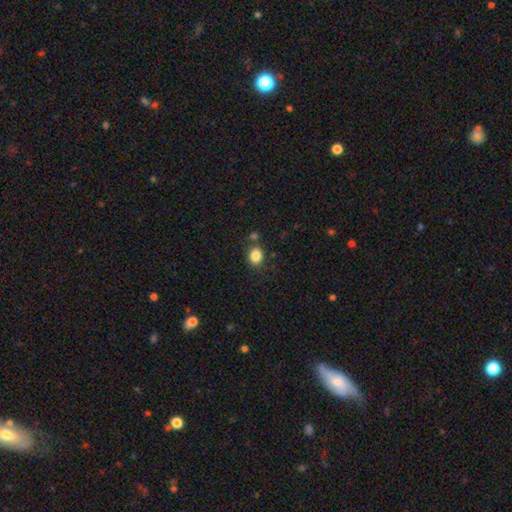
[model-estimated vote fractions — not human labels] Smooth or featured?
  - smooth: 85% *
  - star or artifact: 10%
  - featured or disk: 5%
How rounded?
  - round: 52% *
  - in between: 47%
  - cigar-shaped: 1%
Merging?
  - none: 74% *
  - minor disturbance: 12%
  - merger: 10%
  - major disturbance: 4%